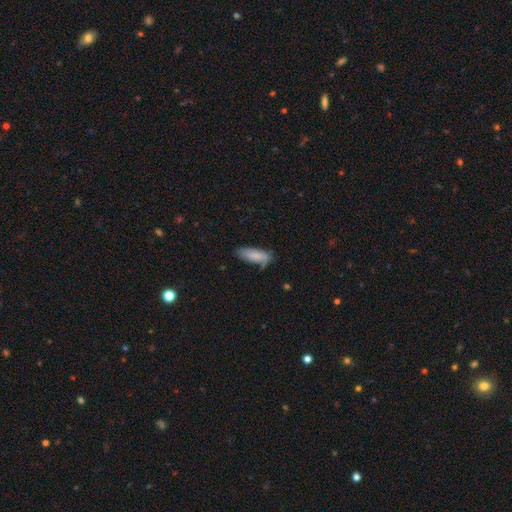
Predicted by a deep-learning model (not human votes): Smooth or featured?
  - smooth: 79% *
  - featured or disk: 14%
  - star or artifact: 6%
How rounded?
  - in between: 74% *
  - cigar-shaped: 24%
  - round: 2%
Merging?
  - none: 64% *
  - minor disturbance: 27%
  - major disturbance: 6%
  - merger: 3%